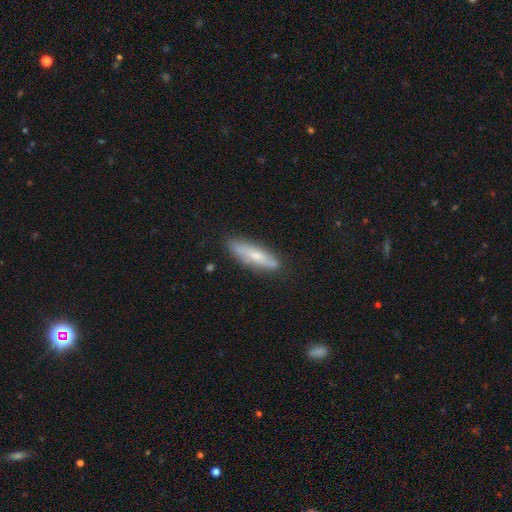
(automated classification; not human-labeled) smooth-or-featured: smooth: 57% | featured or disk: 36% | star or artifact: 7%
  how-rounded: cigar-shaped: 72% | in between: 26% | round: 2%
  merging: none: 78% | minor disturbance: 17% | major disturbance: 3% | merger: 2%